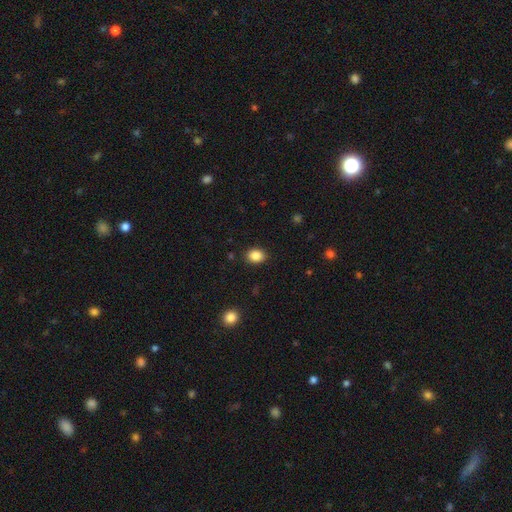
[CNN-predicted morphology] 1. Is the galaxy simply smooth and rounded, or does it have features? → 87% smooth, 10% star or artifact, 4% featured or disk.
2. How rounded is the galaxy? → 55% in between, 45% round, 1% cigar-shaped.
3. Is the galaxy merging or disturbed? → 89% none, 8% minor disturbance, 2% major disturbance, 1% merger.